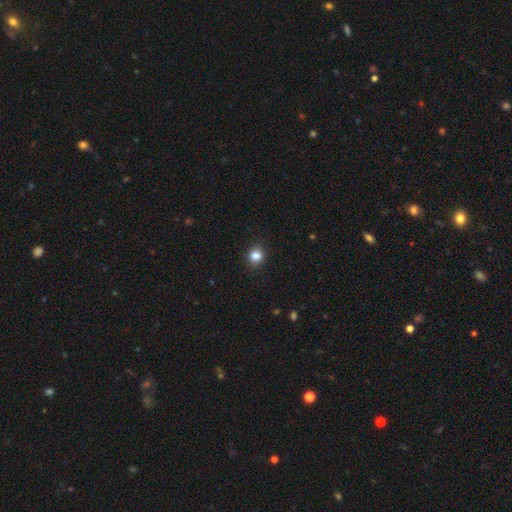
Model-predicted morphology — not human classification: Overall: smooth (84%). How rounded: round (76%). Merging: none (87%).